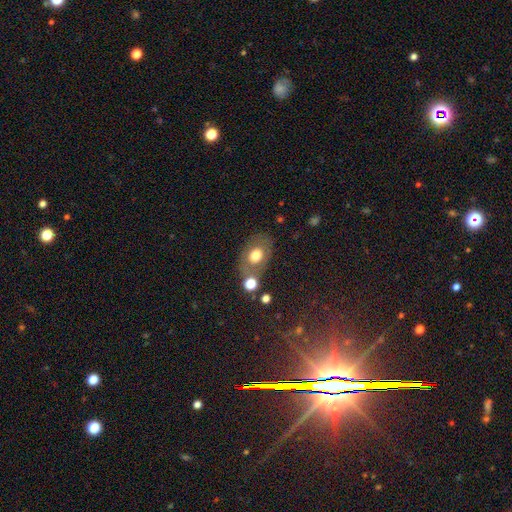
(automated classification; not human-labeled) A smooth galaxy with no disk features (67%) that is in between round and cigar-shaped (72%).

Vote fractions:
- Smooth or featured? smooth: 67% / featured or disk: 23% / star or artifact: 10%
- How rounded? in between: 72% / round: 27% / cigar-shaped: 1%
- Merging? none: 64% / minor disturbance: 16% / merger: 13% / major disturbance: 7%